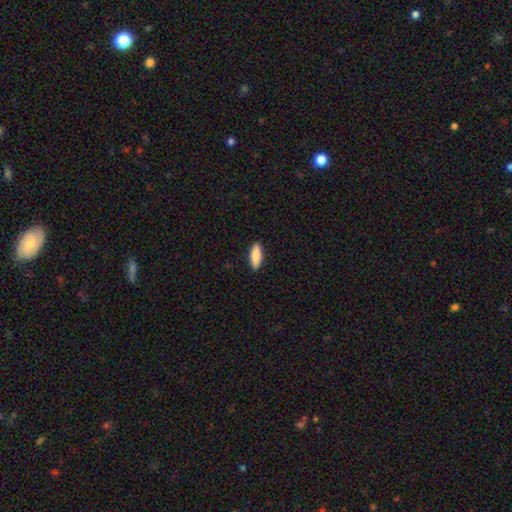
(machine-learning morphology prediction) This appears to be a smooth galaxy with no disk features (87%) that is in between round and cigar-shaped (63%). Merging: none (90%).